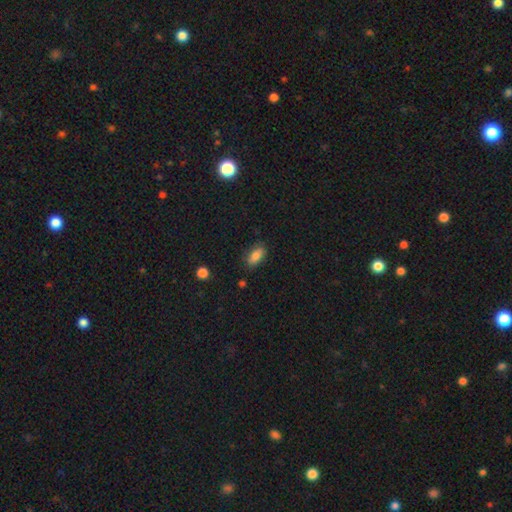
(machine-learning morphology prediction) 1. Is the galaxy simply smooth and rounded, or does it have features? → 84% smooth, 9% star or artifact, 8% featured or disk.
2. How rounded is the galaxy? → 87% in between, 9% cigar-shaped, 4% round.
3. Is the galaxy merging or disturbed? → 79% none, 16% minor disturbance, 3% major disturbance, 2% merger.